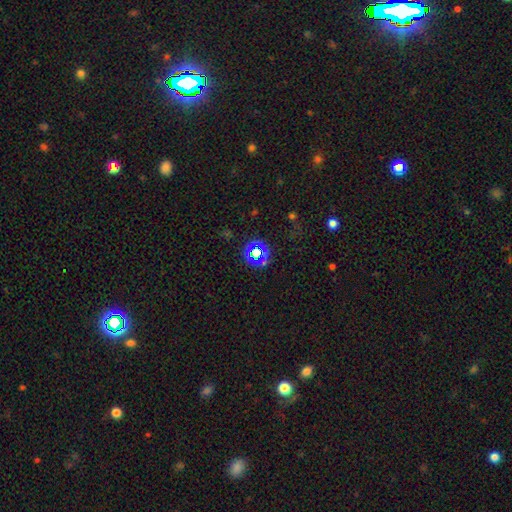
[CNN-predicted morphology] Overall: star or artifact (67%).